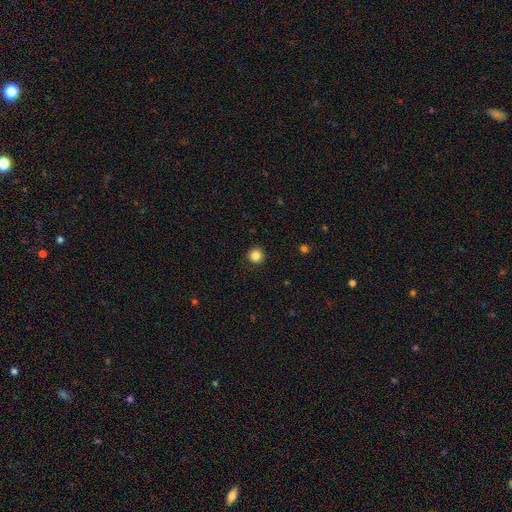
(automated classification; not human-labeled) A smooth galaxy with no disk features (85%) that is round (95%).

Vote fractions:
- Smooth or featured? smooth: 85% / star or artifact: 11% / featured or disk: 4%
- How rounded? round: 95% / in between: 4% / cigar-shaped: 1%
- Merging? none: 93% / minor disturbance: 5% / major disturbance: 2% / merger: 1%